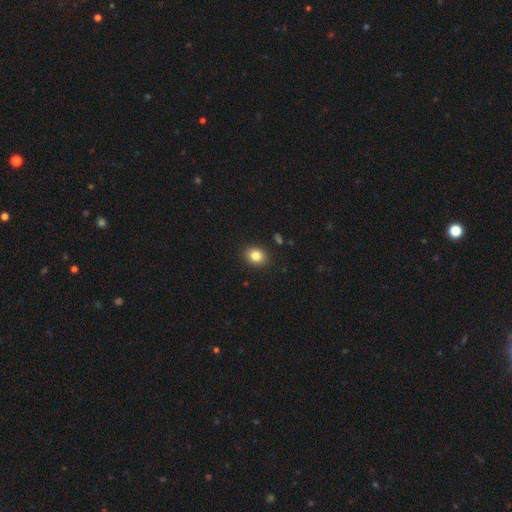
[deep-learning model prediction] Overall: smooth (84%). How rounded: round (51%; in between 48%). Merging: none (90%).